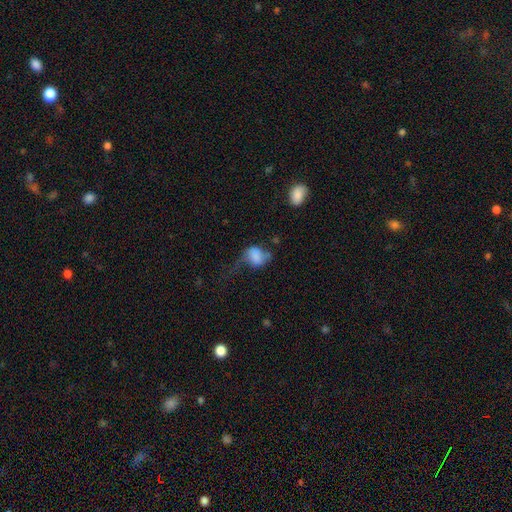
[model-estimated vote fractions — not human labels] Smooth or featured: smooth — 65% (featured or disk — 26%)
How rounded: in between — 58% (round — 40%)
Merging: major disturbance — 41% (minor disturbance — 25%)